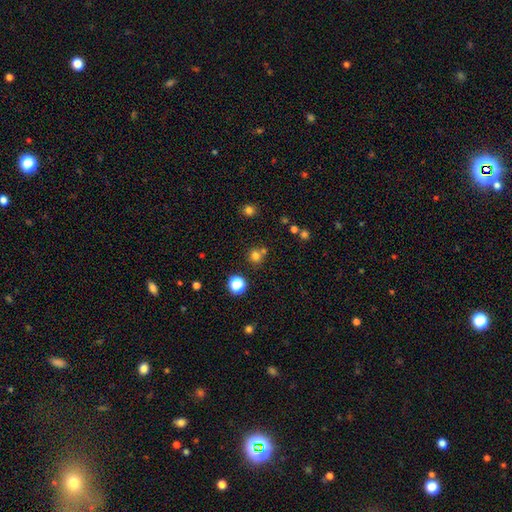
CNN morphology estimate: smooth-or-featured: smooth: 74% | star or artifact: 19% | featured or disk: 7%
  how-rounded: round: 89% | in between: 10% | cigar-shaped: 1%
  merging: none: 68% | merger: 21% | minor disturbance: 8% | major disturbance: 3%